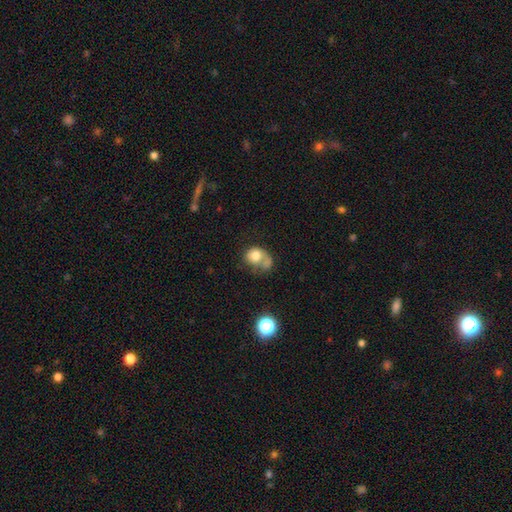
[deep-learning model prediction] The model was most divided on "merging": major disturbance: 30%, merger: 27%, none: 26%, minor disturbance: 17%. More confident: smooth or featured — smooth (65%); how rounded — round (53%).